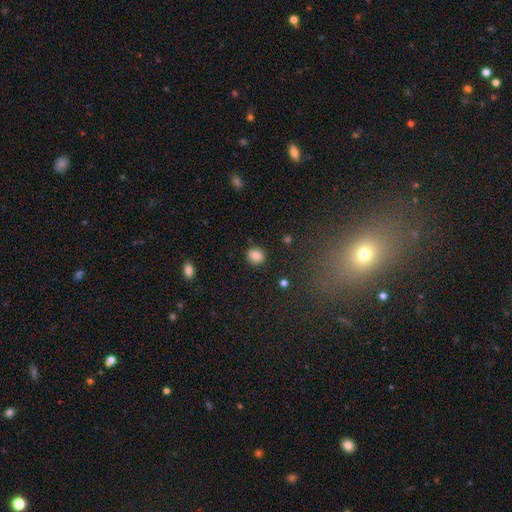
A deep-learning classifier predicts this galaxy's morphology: A smooth galaxy with no disk features (83%) that is round (80%). Merging: none (87%).